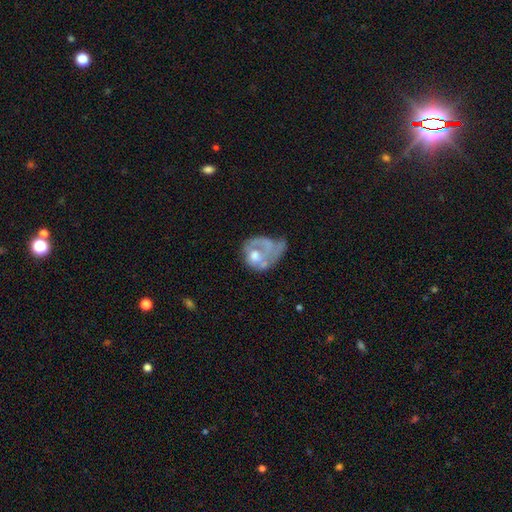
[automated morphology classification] type=featured or disk (57%); edge-on=no (97%); bar=no (86%); spiral arms=no (64%); bulge=moderate (53%); merging=major disturbance (44%).